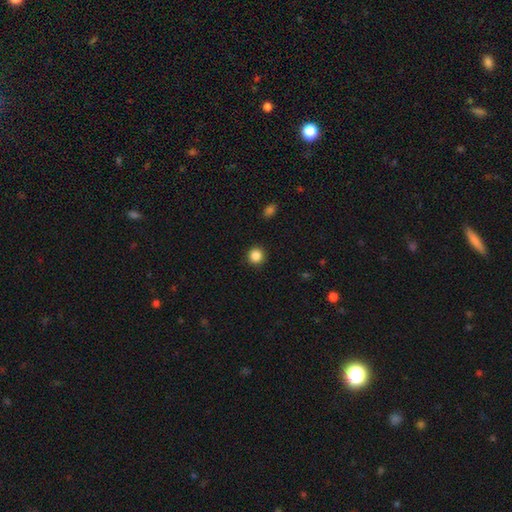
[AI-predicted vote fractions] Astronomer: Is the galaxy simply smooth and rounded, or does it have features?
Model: smooth — 86%.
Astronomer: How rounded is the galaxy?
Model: round — 93%.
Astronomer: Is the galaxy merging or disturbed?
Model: none — 92%.